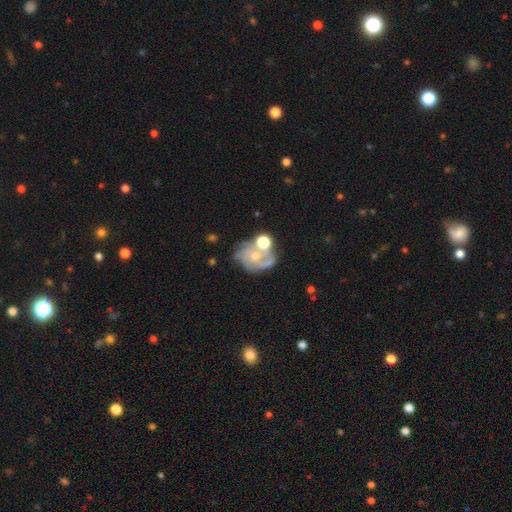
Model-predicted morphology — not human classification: featured or disk 62%, smooth 27%, star or artifact 11%. Down the decision tree: edge-on disk — no (98%); bar — no (79%); spiral arms — yes (70%); bulge size — small (50%); merging — none (40%).